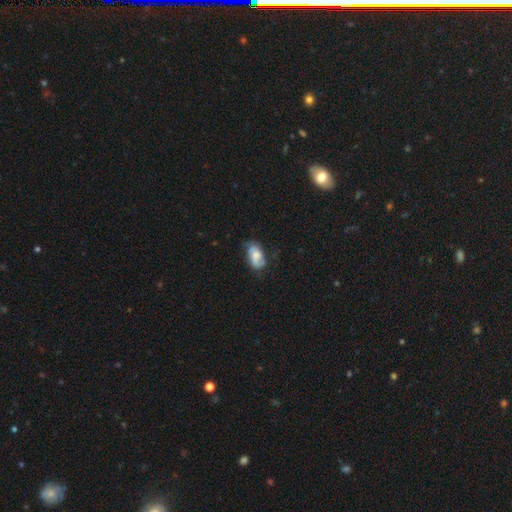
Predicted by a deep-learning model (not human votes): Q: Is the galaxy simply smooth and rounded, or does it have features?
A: smooth — 49%.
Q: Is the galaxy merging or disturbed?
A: none — 54%.